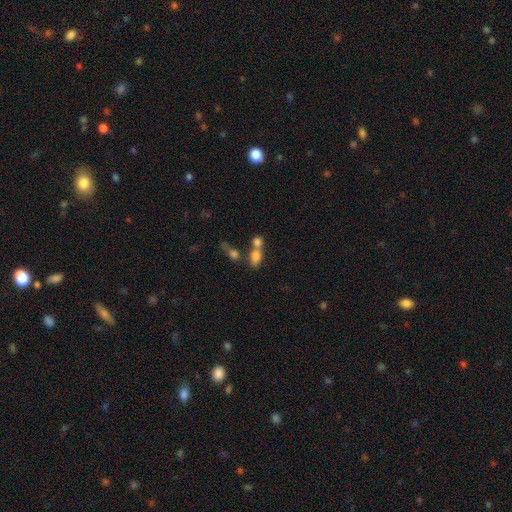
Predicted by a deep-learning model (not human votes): The model was most divided on "merging": merger: 55%, none: 31%, minor disturbance: 8%, major disturbance: 6%. More confident: smooth or featured — smooth (76%); how rounded — in between (74%).